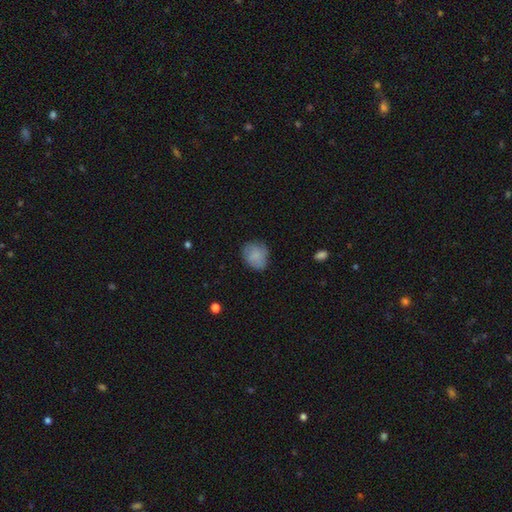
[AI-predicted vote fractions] Smooth or featured: smooth — 77% (featured or disk — 16%)
How rounded: round — 67% (in between — 32%)
Merging: none — 72% (minor disturbance — 21%)